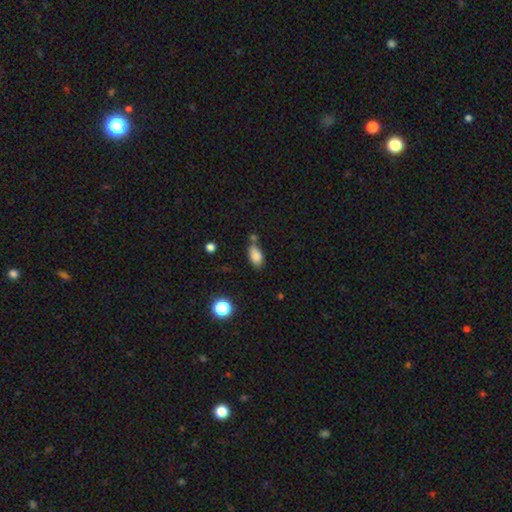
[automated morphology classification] A smooth galaxy with no disk features (84%) that is in between round and cigar-shaped (89%). Merging: none (58%).